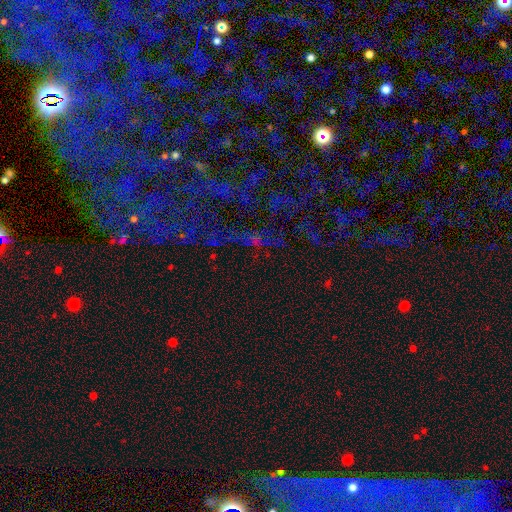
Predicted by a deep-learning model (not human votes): A star or artifact, not a galaxy (71%).

Vote fractions:
- Smooth or featured? star or artifact: 71% / smooth: 18% / featured or disk: 11%